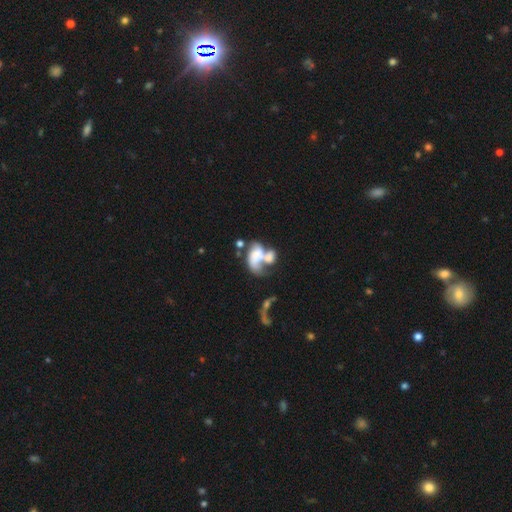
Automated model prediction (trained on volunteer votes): featured or disk 51%, smooth 39%, star or artifact 11%. Down the decision tree: edge-on disk — no (97%); merging — merger (61%).